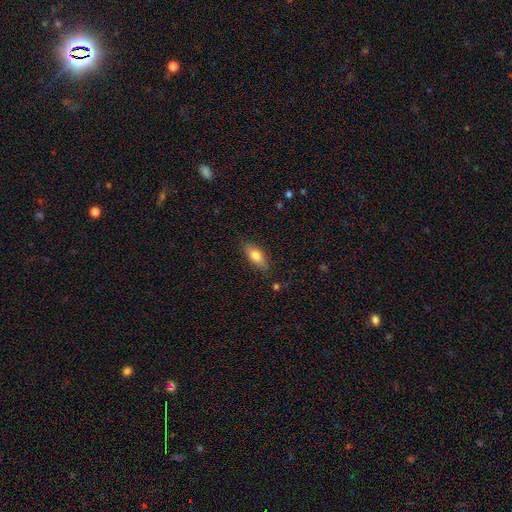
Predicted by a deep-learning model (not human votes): smooth_or_featured: smooth (p=0.77) [alt: featured or disk p=0.16]
how_rounded: in between (p=0.79) [alt: cigar-shaped p=0.18]
merging: none (p=0.83) [alt: minor disturbance p=0.13]